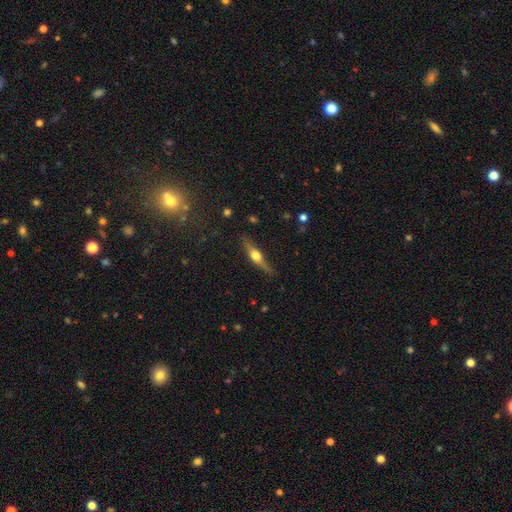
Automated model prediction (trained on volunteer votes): Smooth or featured?
  - featured or disk: 66% *
  - smooth: 28%
  - star or artifact: 6%
Edge-on disk?
  - yes: 96% *
  - no: 4%
Edge-on bulge?
  - rounded: 94% *
  - boxy: 4%
  - none: 2%
Merging?
  - none: 85% *
  - minor disturbance: 11%
  - major disturbance: 2%
  - merger: 1%